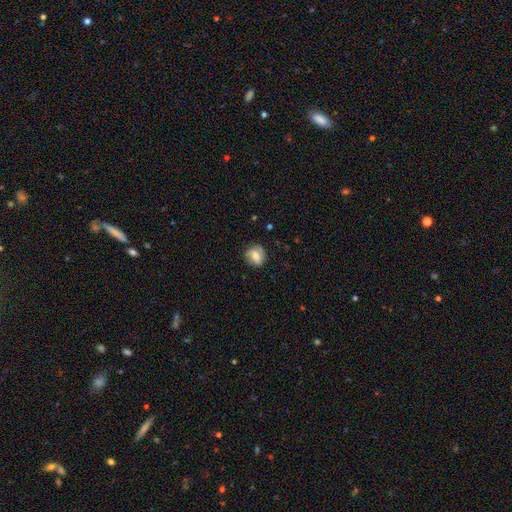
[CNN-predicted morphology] Q: Smooth or featured?
A: smooth (59%); runner-up: featured or disk (32%)
Q: How rounded?
A: round (73%); runner-up: in between (25%)
Q: Merging?
A: none (75%); runner-up: minor disturbance (18%)